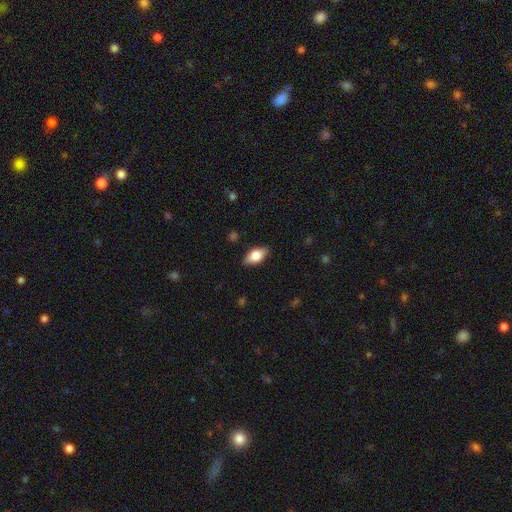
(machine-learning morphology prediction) smooth-or-featured: smooth: 72% | featured or disk: 21% | star or artifact: 7%
  how-rounded: in between: 88% | cigar-shaped: 8% | round: 5%
  merging: none: 86% | minor disturbance: 11% | major disturbance: 2% | merger: 1%